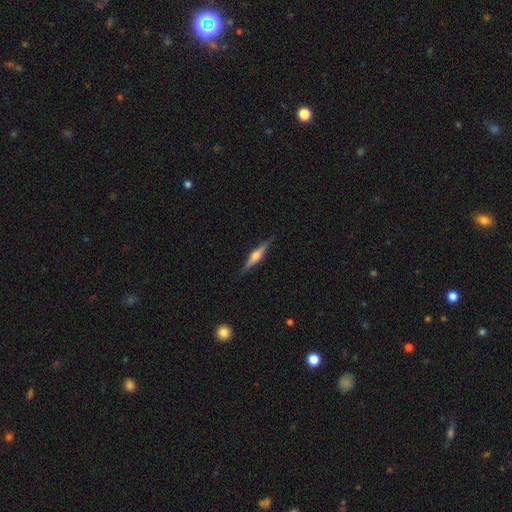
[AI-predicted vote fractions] Smooth or featured?
  - featured or disk: 72% *
  - smooth: 23%
  - star or artifact: 6%
Edge-on disk?
  - yes: 98% *
  - no: 2%
Edge-on bulge?
  - rounded: 81% *
  - boxy: 14%
  - none: 5%
Merging?
  - none: 89% *
  - minor disturbance: 8%
  - major disturbance: 2%
  - merger: 1%